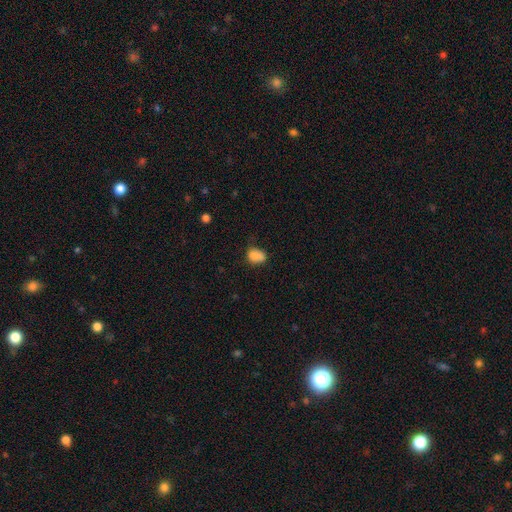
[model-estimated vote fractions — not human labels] Smooth or featured? smooth (83%)
How rounded? in between (73%)
Merging? none (56%)